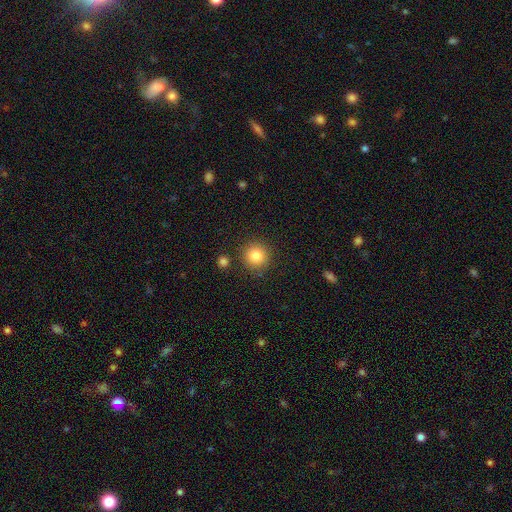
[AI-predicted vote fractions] Smooth or featured? Predicted: smooth (p=0.84). How rounded? Predicted: round (p=0.93). Merging? Predicted: none (p=0.86).